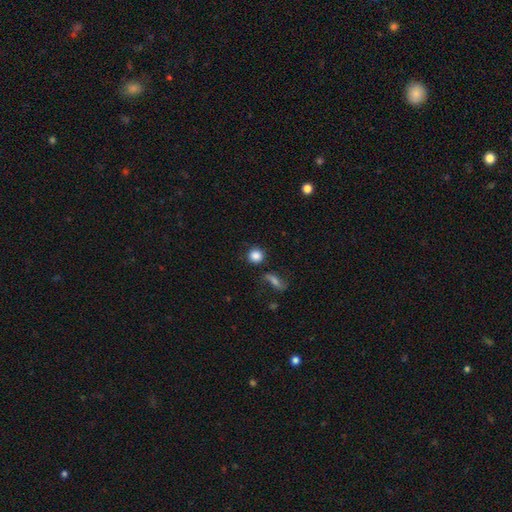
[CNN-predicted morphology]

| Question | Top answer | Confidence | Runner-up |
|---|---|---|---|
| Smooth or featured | smooth | 86% | star or artifact (9%) |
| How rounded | round | 91% | in between (7%) |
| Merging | none | 81% | minor disturbance (10%) |